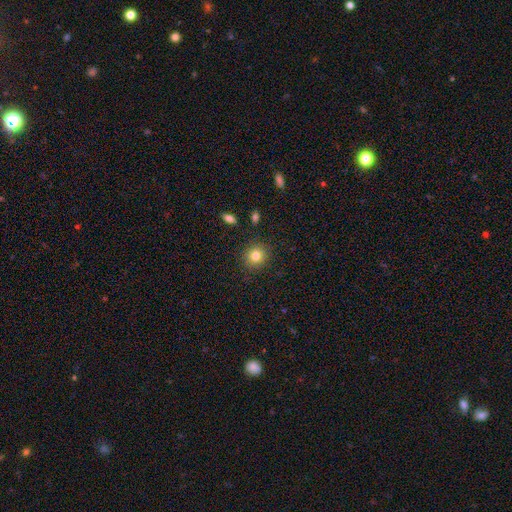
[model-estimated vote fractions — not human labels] Smooth or featured: smooth — 82% (star or artifact — 11%)
How rounded: round — 85% (in between — 14%)
Merging: none — 88% (minor disturbance — 8%)